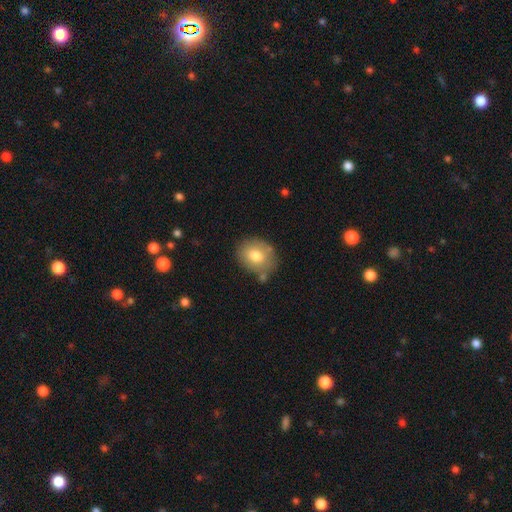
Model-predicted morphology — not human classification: A smooth galaxy with no disk features (75%) that is round (53%). Merging: none (73%).